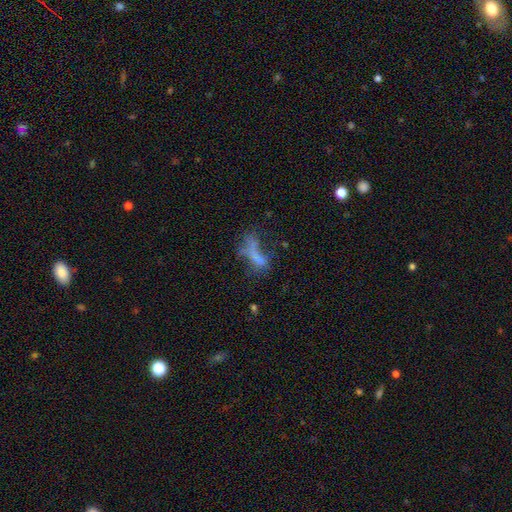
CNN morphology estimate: type=smooth (43%); merging=major disturbance (38%).